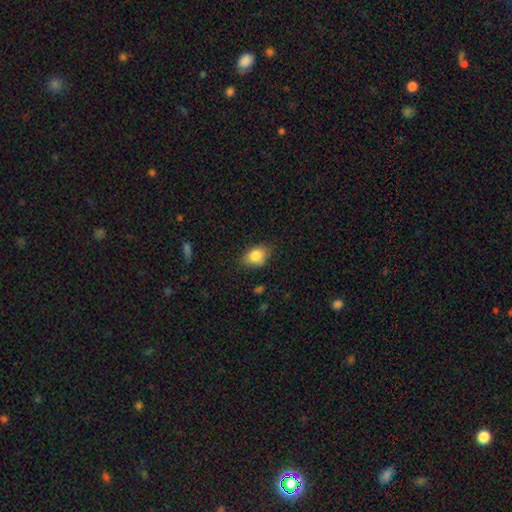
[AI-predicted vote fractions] A smooth galaxy with no disk features (83%) that is in between round and cigar-shaped (77%). Merging: none (75%).